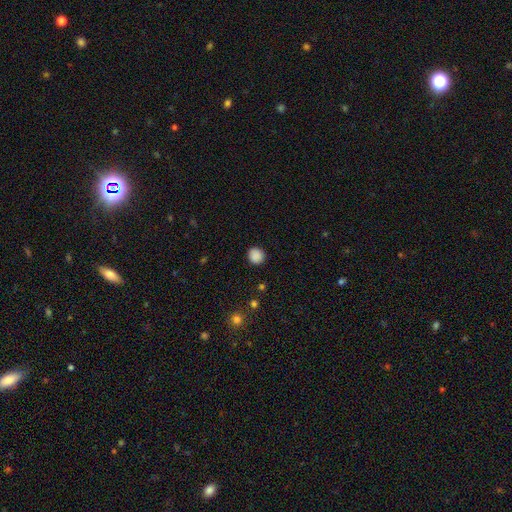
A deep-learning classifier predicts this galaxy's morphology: A smooth galaxy with no disk features (87%) that is round (87%). Merging: none (89%).